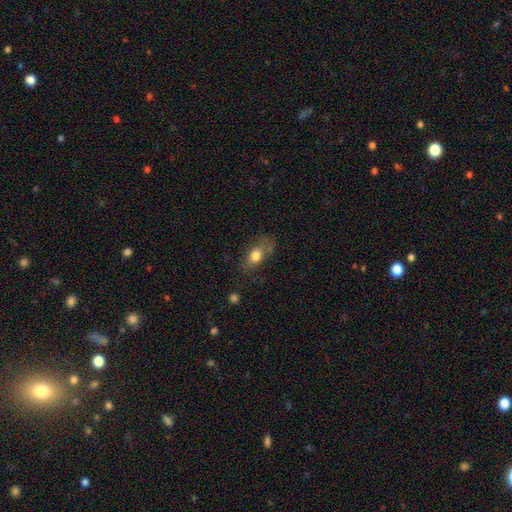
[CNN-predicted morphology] smooth 74%, featured or disk 17%, star or artifact 8%. Down the decision tree: how rounded — in between (80%); merging — none (56%).